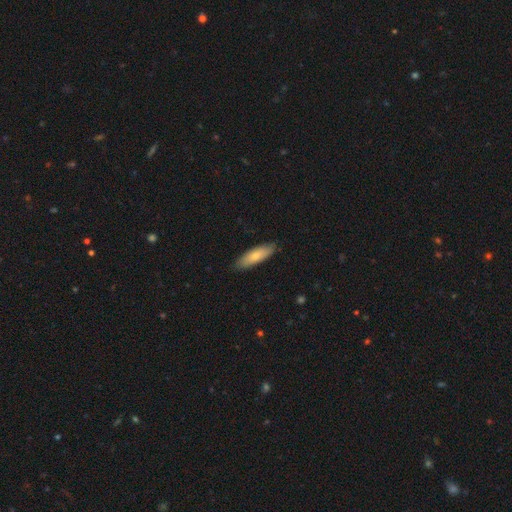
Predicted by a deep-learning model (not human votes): This appears to be a smooth galaxy with no disk features (75%) that is cigar-shaped (49%, tied with in between). Merging: none (86%).